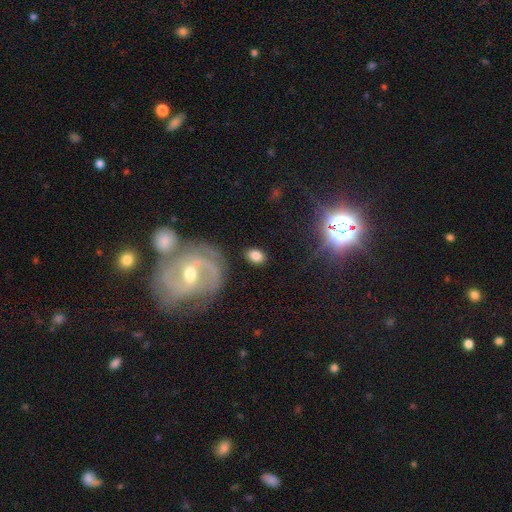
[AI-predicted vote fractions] Overall: smooth (77%). How rounded: in between (79%). Merging: none (83%).